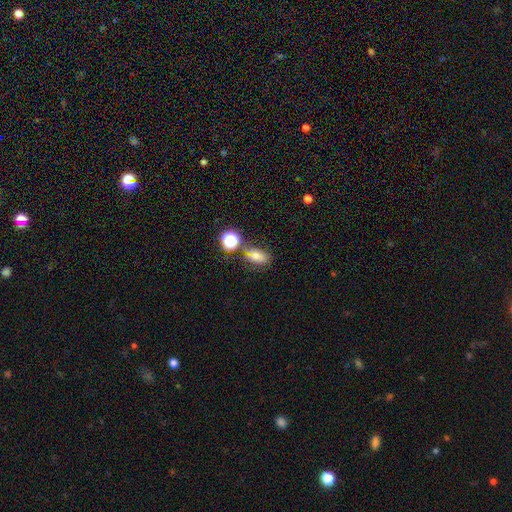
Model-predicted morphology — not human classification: A smooth galaxy with no disk features (64%) that is in between round and cigar-shaped (75%).

Vote fractions:
- Smooth or featured? smooth: 64% / star or artifact: 22% / featured or disk: 14%
- How rounded? in between: 75% / round: 20% / cigar-shaped: 5%
- Merging? none: 65% / minor disturbance: 16% / merger: 13% / major disturbance: 6%